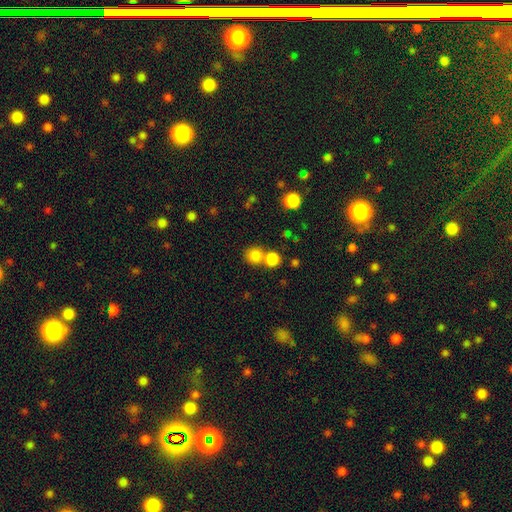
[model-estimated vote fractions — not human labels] smooth-or-featured: smooth: 82% | star or artifact: 12% | featured or disk: 6%
  how-rounded: round: 85% | in between: 14% | cigar-shaped: 1%
  merging: none: 52% | merger: 39% | minor disturbance: 7% | major disturbance: 3%